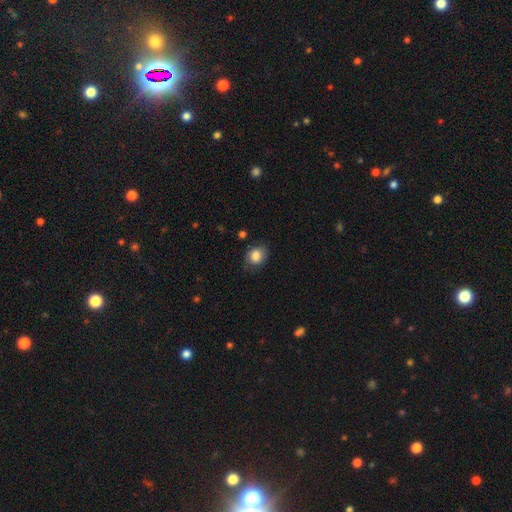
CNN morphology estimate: smooth 83%, featured or disk 9%, star or artifact 8%. Down the decision tree: how rounded — round (59%); merging — none (75%).